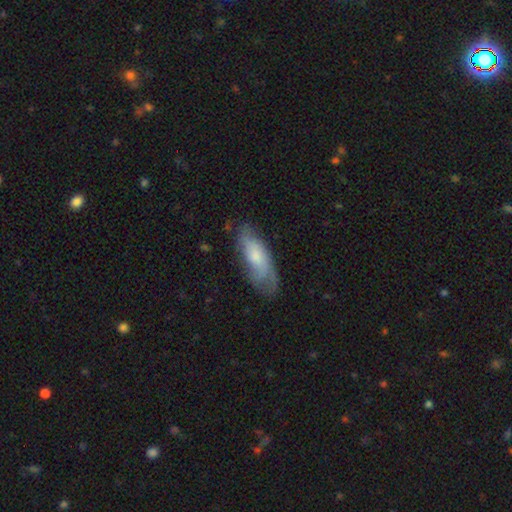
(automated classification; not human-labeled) Q: Smooth or featured?
A: smooth (50%); runner-up: featured or disk (43%)
Q: How rounded?
A: in between (65%); runner-up: cigar-shaped (33%)
Q: Merging?
A: none (62%); runner-up: minor disturbance (26%)